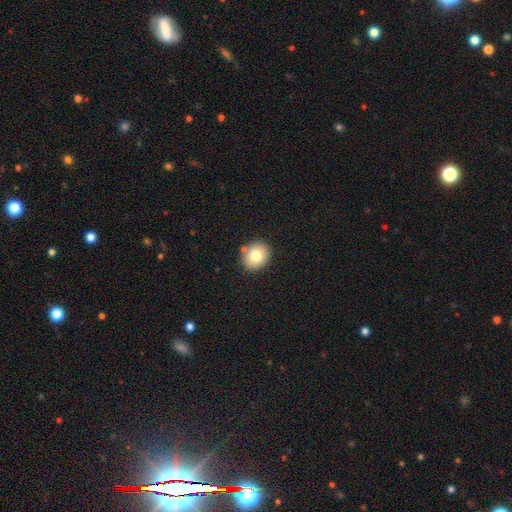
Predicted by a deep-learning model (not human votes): Smooth or featured? Predicted: smooth (p=0.78). How rounded? Predicted: round (p=0.64). Merging? Predicted: none (p=0.84).